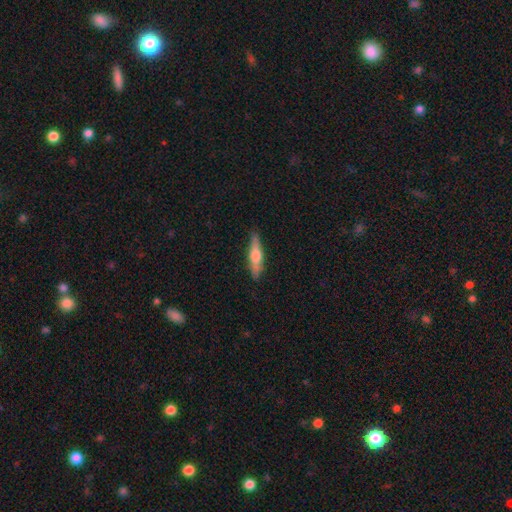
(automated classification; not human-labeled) featured or disk 47% (tied), smooth 47% (tied), star or artifact 6%. Down the decision tree: merging — none (86%).